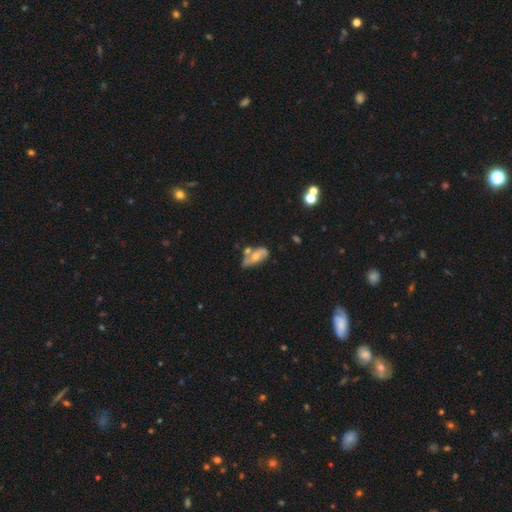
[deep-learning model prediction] Overall: featured or disk (48%; smooth 44%). Merging: none (36%; merger 27%).